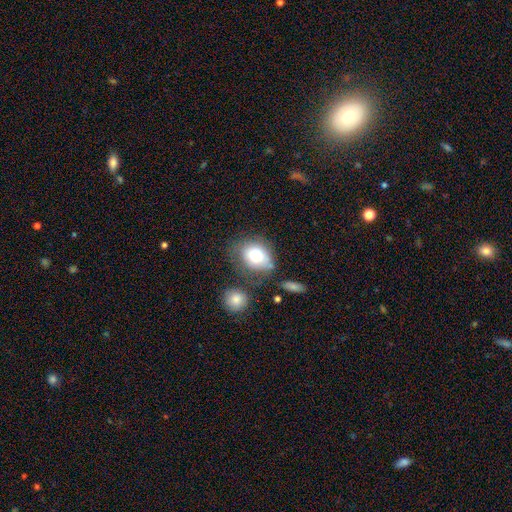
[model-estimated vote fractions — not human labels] smooth-or-featured: smooth: 77% | featured or disk: 15% | star or artifact: 9%
  how-rounded: in between: 56% | round: 43% | cigar-shaped: 1%
  merging: none: 54% | minor disturbance: 23% | merger: 13% | major disturbance: 10%